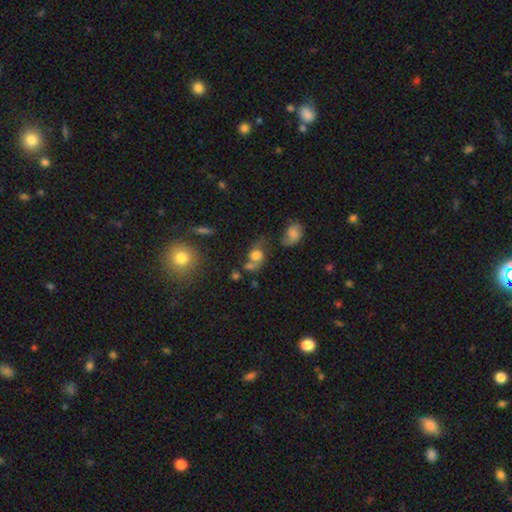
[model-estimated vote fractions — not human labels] smooth-or-featured: smooth: 62% | featured or disk: 22% | star or artifact: 16%
  how-rounded: round: 56% | in between: 42% | cigar-shaped: 2%
  merging: none: 35% | merger: 28% | major disturbance: 19% | minor disturbance: 18%